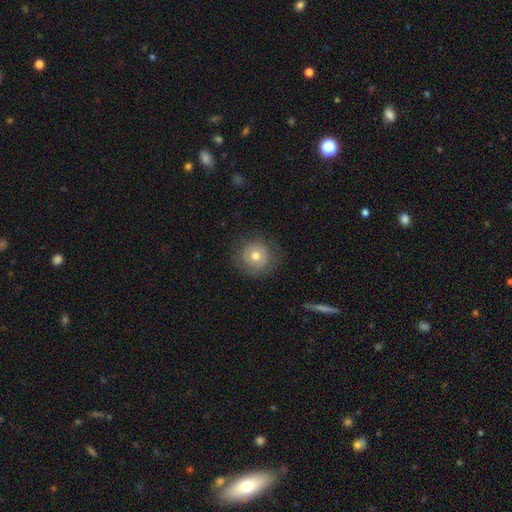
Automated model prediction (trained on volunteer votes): smooth_or_featured: smooth (p=0.59) [alt: featured or disk p=0.32]
how_rounded: round (p=0.91) [alt: in between p=0.08]
merging: none (p=0.77) [alt: minor disturbance p=0.15]